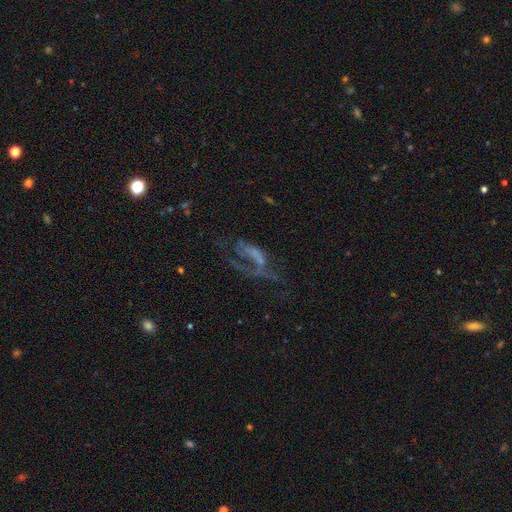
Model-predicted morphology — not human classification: smooth-or-featured: featured or disk: 62% | smooth: 21% | star or artifact: 17%
  disk-edge-on: no: 95% | yes: 5%
    bar: no: 73% | weak: 20% | strong: 7%
    has-spiral-arms: no: 54% | yes: 46%
    bulge-size: none: 61% | small: 23% | moderate: 11% | large: 3% | dominant: 2%
  merging: major disturbance: 51% | none: 27% | minor disturbance: 13% | merger: 8%